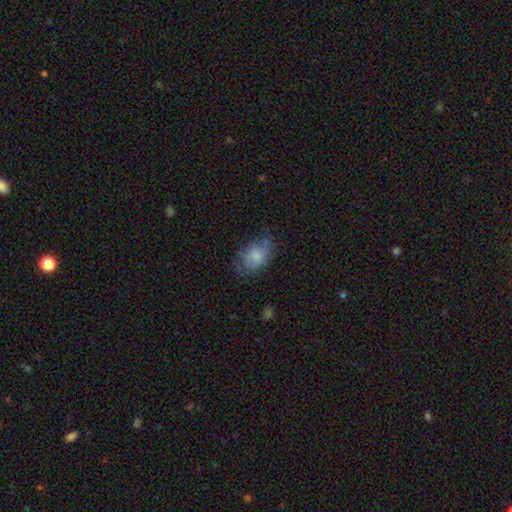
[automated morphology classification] This appears to be a smooth galaxy with no disk features (68%) that is in between round and cigar-shaped (81%). Merging: none (50%).